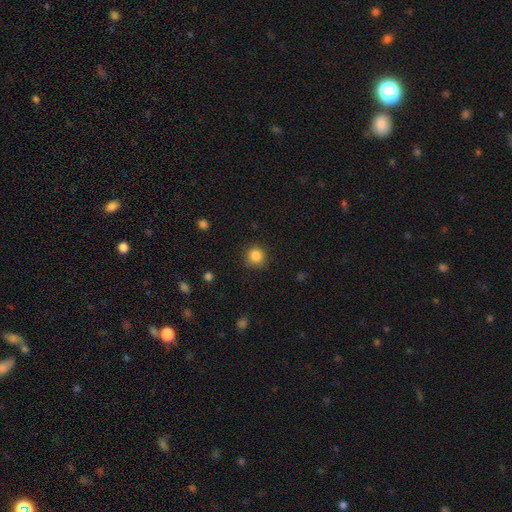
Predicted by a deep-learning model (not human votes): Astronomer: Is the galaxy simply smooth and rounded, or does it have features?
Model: smooth — 85%.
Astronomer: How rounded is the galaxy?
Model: round — 91%.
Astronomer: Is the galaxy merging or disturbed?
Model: none — 83%.